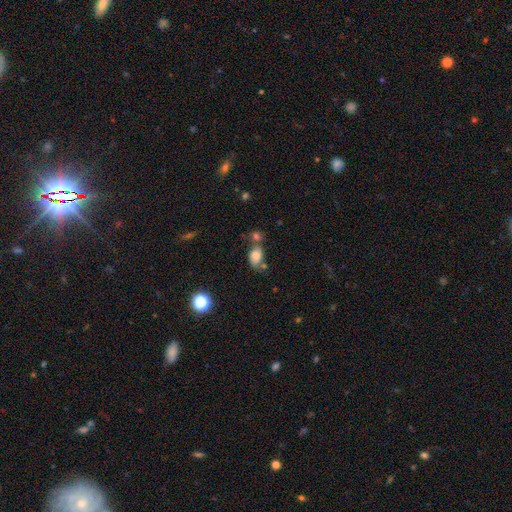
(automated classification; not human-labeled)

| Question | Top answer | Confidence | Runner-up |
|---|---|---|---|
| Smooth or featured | smooth | 74% | featured or disk (14%) |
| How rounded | in between | 79% | round (19%) |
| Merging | none | 40% | merger (28%) |